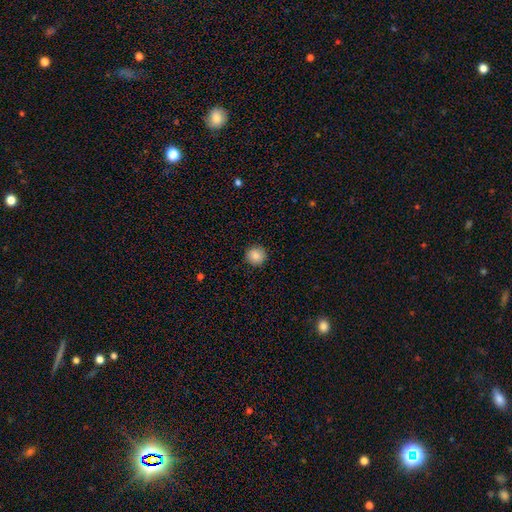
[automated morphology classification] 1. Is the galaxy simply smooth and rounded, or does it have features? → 86% smooth, 9% star or artifact, 5% featured or disk.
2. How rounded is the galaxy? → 94% round, 5% in between, 1% cigar-shaped.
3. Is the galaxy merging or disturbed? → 91% none, 6% minor disturbance, 2% major disturbance, 1% merger.